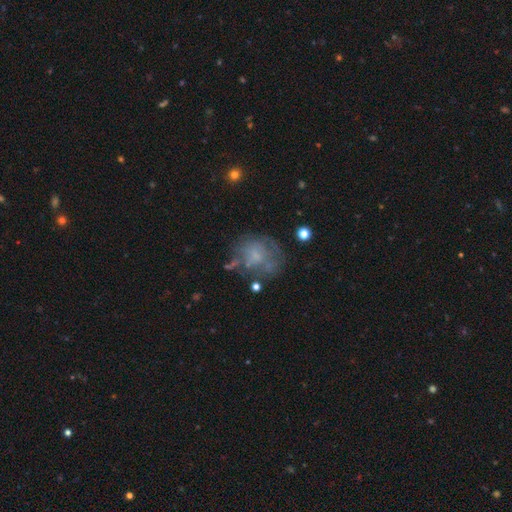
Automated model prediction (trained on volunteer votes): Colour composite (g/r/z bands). It shows a featured or disk galaxy (48%). Merging: none (50%).